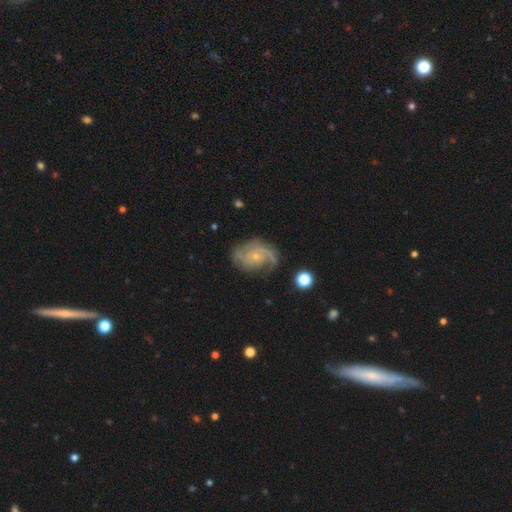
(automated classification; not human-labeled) Smooth or featured: featured or disk — 87% (smooth — 7%)
Edge-on disk: no — 98% (yes — 2%)
Bar: no — 70% (weak — 26%)
Spiral arms: yes — 97% (no — 3%)
Spiral winding: medium — 49% (tight — 33%)
Spiral arm count: 2 — 66% (3 — 12%)
Bulge size: small — 75% (moderate — 20%)
Merging: none — 69% (minor disturbance — 20%)